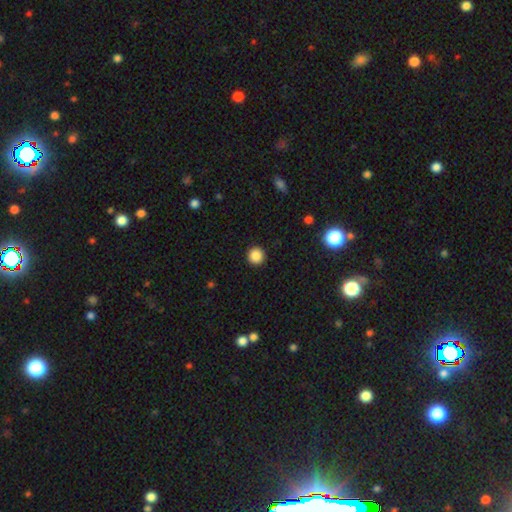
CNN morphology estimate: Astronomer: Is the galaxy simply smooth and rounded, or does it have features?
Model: smooth — 87%.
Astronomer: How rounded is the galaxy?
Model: round — 95%.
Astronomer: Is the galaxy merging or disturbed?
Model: none — 93%.